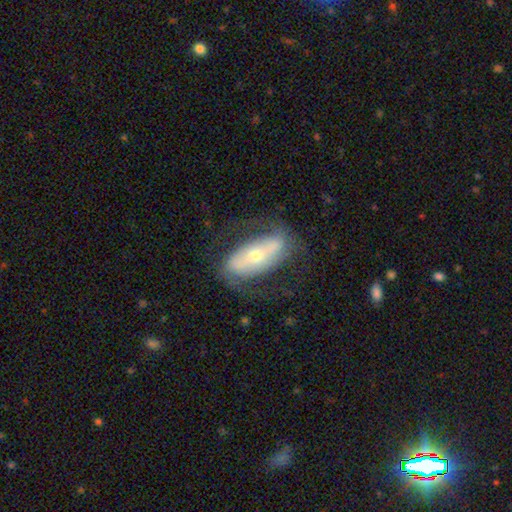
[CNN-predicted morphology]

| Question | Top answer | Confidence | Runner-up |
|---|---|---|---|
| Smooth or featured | featured or disk | 62% | smooth (32%) |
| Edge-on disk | no | 83% | yes (17%) |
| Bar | strong | 41% | no (37%) |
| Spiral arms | yes | 63% | no (37%) |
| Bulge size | small | 53% | moderate (41%) |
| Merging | none | 67% | minor disturbance (19%) |